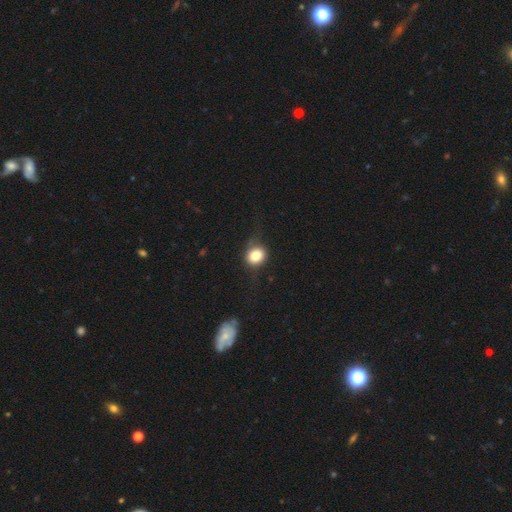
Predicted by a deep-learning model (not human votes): smooth 77%, featured or disk 13%, star or artifact 10%. Down the decision tree: how rounded — round (68%); merging — none (66%).